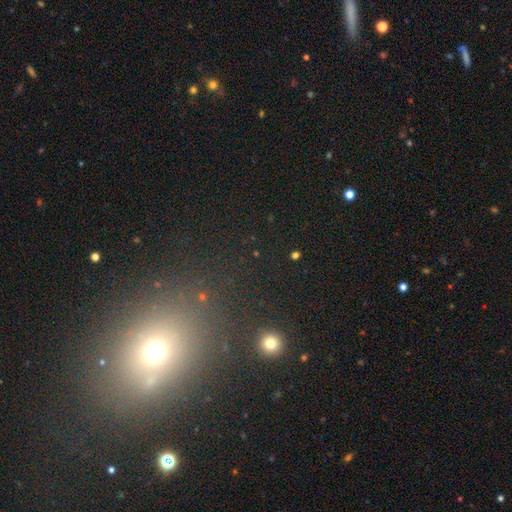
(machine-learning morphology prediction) The model was most divided on "smooth or featured": smooth: 45%, star or artifact: 43%, featured or disk: 11%. More confident: merging — none (81%).